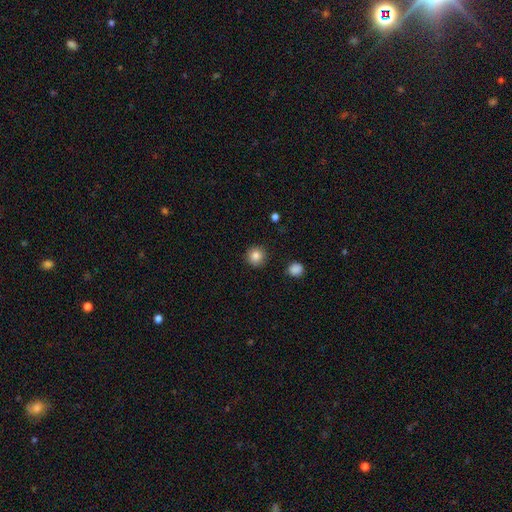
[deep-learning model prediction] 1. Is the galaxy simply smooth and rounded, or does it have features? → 85% smooth, 10% star or artifact, 5% featured or disk.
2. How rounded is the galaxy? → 94% round, 5% in between, 1% cigar-shaped.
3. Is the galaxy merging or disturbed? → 90% none, 6% minor disturbance, 2% major disturbance, 1% merger.